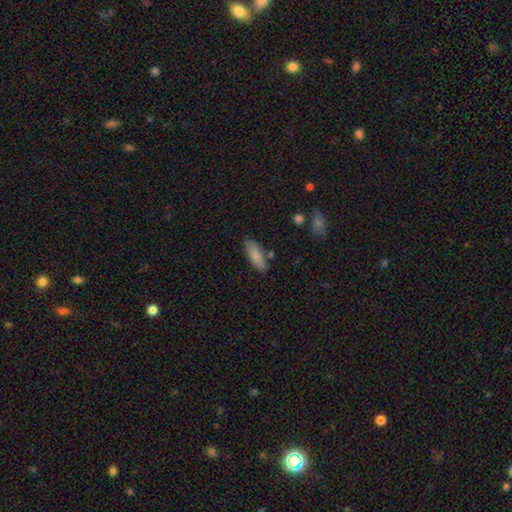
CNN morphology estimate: Overall: smooth (81%). How rounded: in between (66%; cigar-shaped 32%). Merging: none (77%).